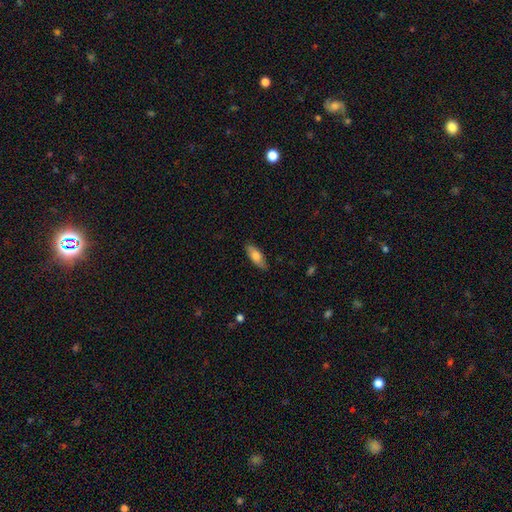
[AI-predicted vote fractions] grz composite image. It shows a smooth galaxy with no disk features (73%) that is in between round and cigar-shaped (69%). Merging: none (85%).